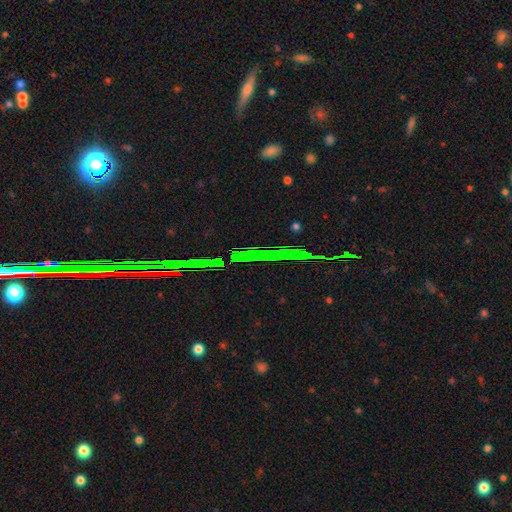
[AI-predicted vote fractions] Smooth or featured? Predicted: star or artifact (p=0.79).